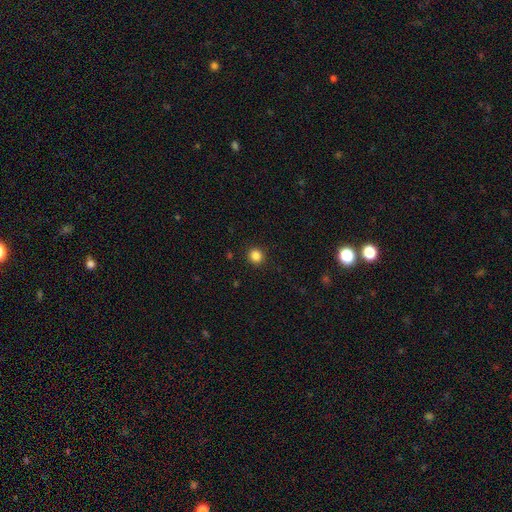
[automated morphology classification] The model was most divided on "smooth or featured": smooth: 85%, star or artifact: 12%, featured or disk: 3%. More confident: merging — none (92%); how rounded — round (92%).